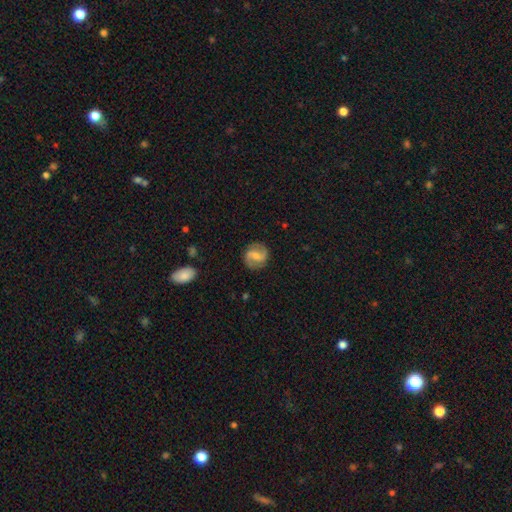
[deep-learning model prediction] Morphology: type=featured or disk (76%); edge-on=no (98%); bar=weak (46%); spiral arms=yes (94%); winding=medium (48%); arm count=2 (92%); bulge=small (47%); merging=none (85%).